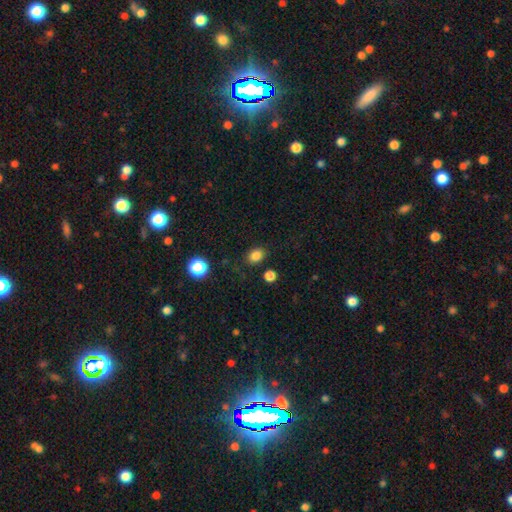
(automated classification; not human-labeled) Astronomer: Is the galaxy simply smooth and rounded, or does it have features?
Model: smooth — 84%.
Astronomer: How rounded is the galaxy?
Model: in between — 57% (runner-up: round, 42%).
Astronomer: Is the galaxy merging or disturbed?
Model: none — 82%.